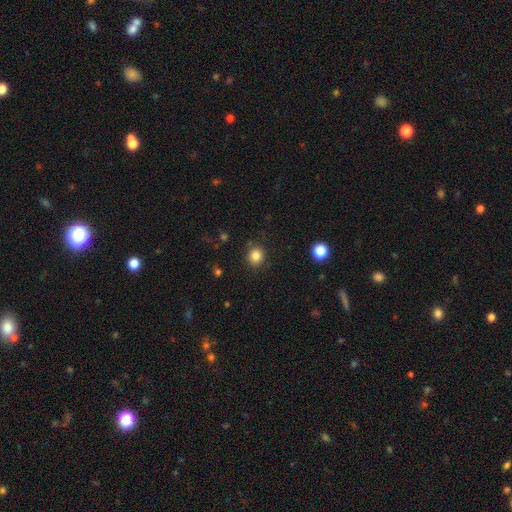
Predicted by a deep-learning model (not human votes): A smooth galaxy with no disk features (84%) that is round (82%).

Vote fractions:
- Smooth or featured? smooth: 84% / star or artifact: 11% / featured or disk: 5%
- How rounded? round: 82% / in between: 17% / cigar-shaped: 1%
- Merging? none: 87% / minor disturbance: 9% / major disturbance: 3% / merger: 2%